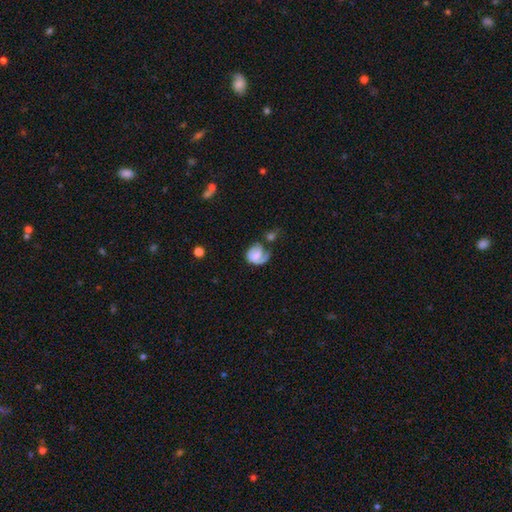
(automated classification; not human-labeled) Smooth or featured: featured or disk — 57% (smooth — 35%)
Edge-on disk: no — 98% (yes — 2%)
Bar: no — 55% (weak — 35%)
Spiral arms: yes — 82% (no — 18%)
Bulge size: none — 33% (small — 32%)
Merging: none — 30% (tied with major disturbance — 30%)